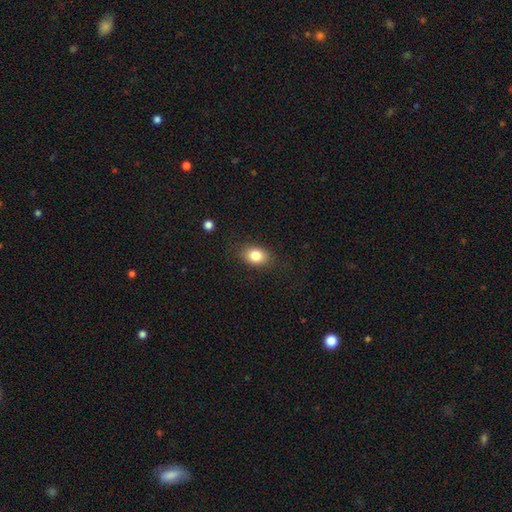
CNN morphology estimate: This appears to be a smooth galaxy with no disk features (83%) that is in between round and cigar-shaped (71%). Merging: none (83%).